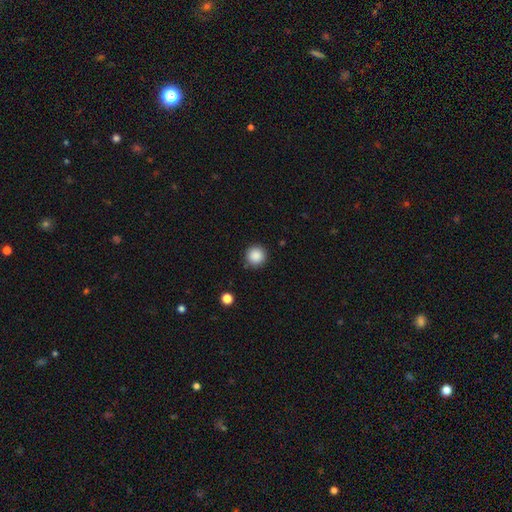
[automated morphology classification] Overall: smooth (88%). How rounded: round (96%). Merging: none (90%).